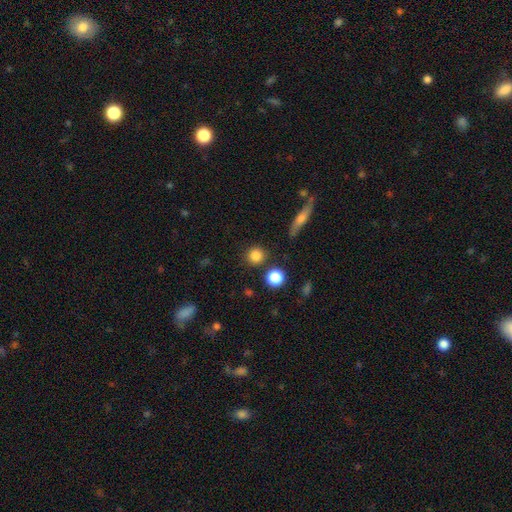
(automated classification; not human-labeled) smooth-or-featured: smooth: 84% | star or artifact: 11% | featured or disk: 5%
  how-rounded: round: 92% | in between: 7% | cigar-shaped: 1%
  merging: none: 84% | minor disturbance: 7% | merger: 6% | major disturbance: 3%